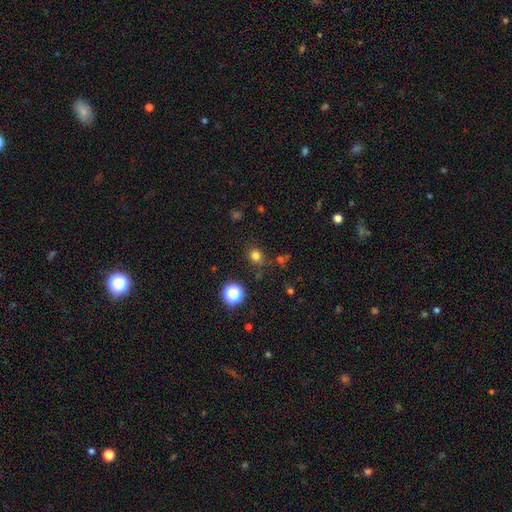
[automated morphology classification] Smooth or featured: smooth — 76% (star or artifact — 19%)
How rounded: round — 79% (in between — 20%)
Merging: none — 81% (minor disturbance — 11%)